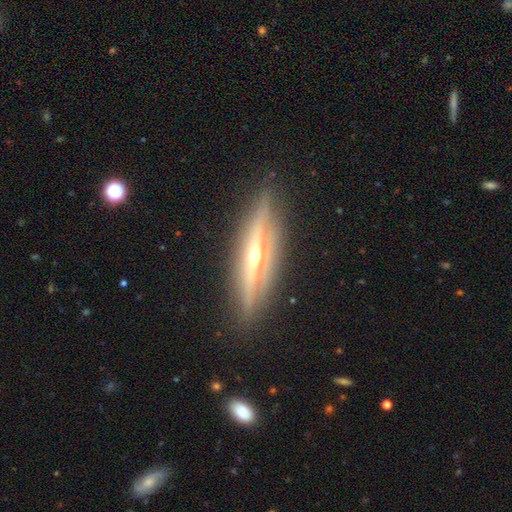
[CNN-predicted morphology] Overall: featured or disk (79%). Edge-on disk: yes (92%). Edge-on bulge: rounded (87%). Merging: none (85%).